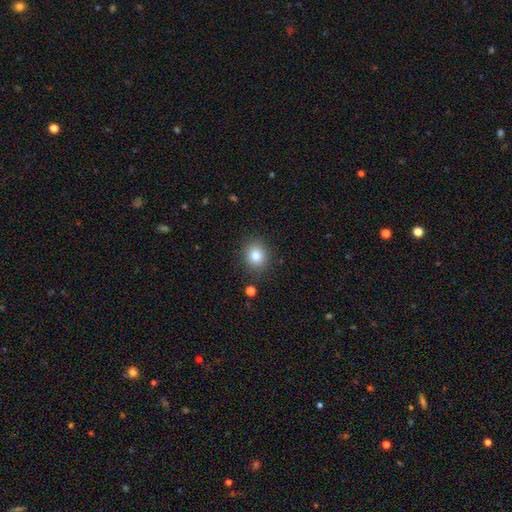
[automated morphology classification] smooth-or-featured: smooth: 82% | star or artifact: 11% | featured or disk: 7%
  how-rounded: round: 75% | in between: 24% | cigar-shaped: 1%
  merging: none: 87% | minor disturbance: 9% | major disturbance: 3% | merger: 2%